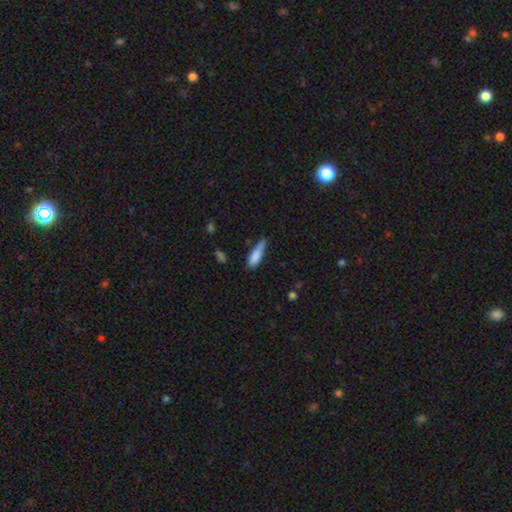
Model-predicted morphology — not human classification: type=smooth (83%); roundness=cigar-shaped (64%); merging=none (51%).